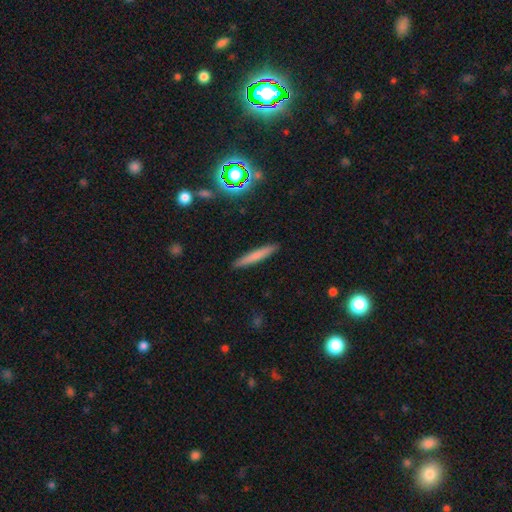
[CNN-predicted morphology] smooth-or-featured: smooth: 69% | featured or disk: 22% | star or artifact: 9%
  how-rounded: cigar-shaped: 94% | in between: 5% | round: 1%
  merging: none: 91% | minor disturbance: 6% | major disturbance: 2% | merger: 1%